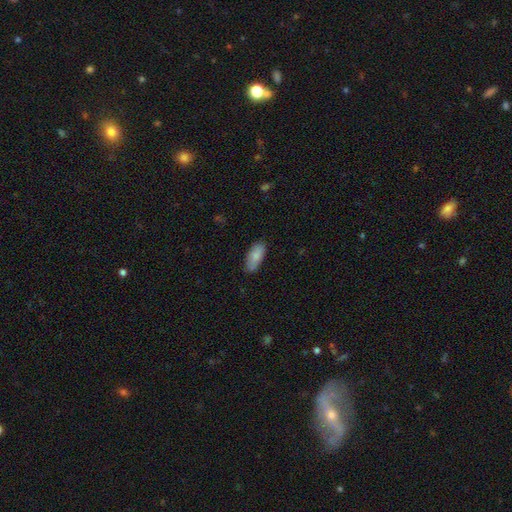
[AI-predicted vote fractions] Smooth or featured? Predicted: smooth (p=0.84). How rounded? Predicted: in between (p=0.84). Merging? Predicted: none (p=0.81).